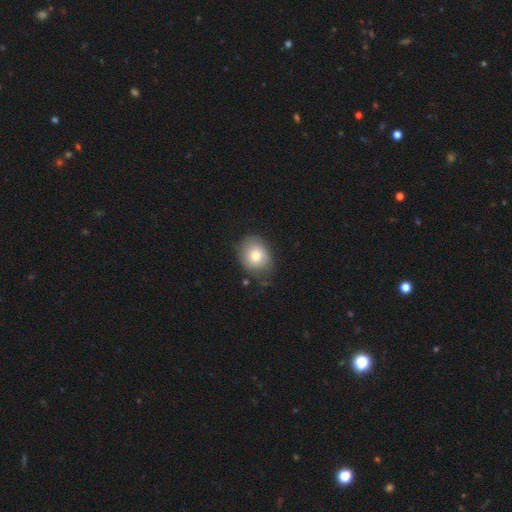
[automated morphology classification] smooth_or_featured: smooth (p=0.77) [alt: featured or disk p=0.15]
how_rounded: round (p=0.50) [alt: in between p=0.49]
merging: none (p=0.70) [alt: minor disturbance p=0.22]